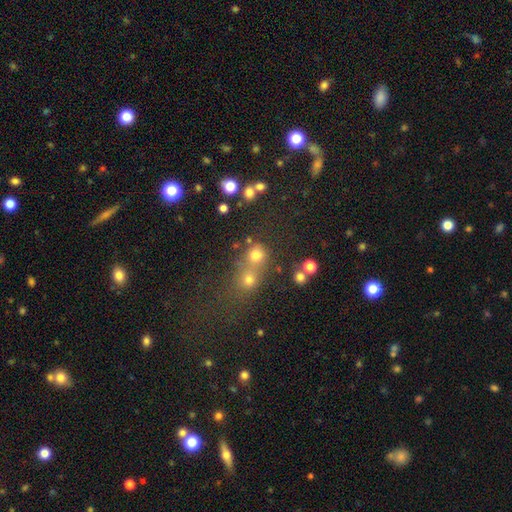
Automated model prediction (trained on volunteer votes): Overall: smooth (68%). How rounded: round (81%). Merging: none (46%; merger 41%).